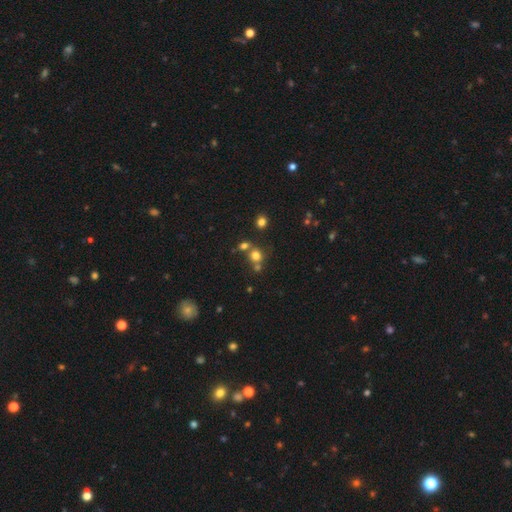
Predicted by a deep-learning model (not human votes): Smooth or featured?
  - smooth: 71% *
  - star or artifact: 19%
  - featured or disk: 10%
How rounded?
  - round: 85% *
  - in between: 14%
  - cigar-shaped: 1%
Merging?
  - none: 57% *
  - merger: 30%
  - minor disturbance: 9%
  - major disturbance: 4%